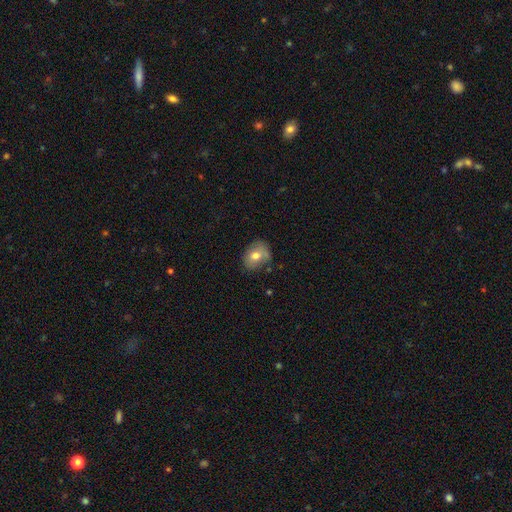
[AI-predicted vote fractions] Q: Smooth or featured?
A: smooth (68%); runner-up: featured or disk (23%)
Q: How rounded?
A: in between (56%); runner-up: round (43%)
Q: Merging?
A: none (65%); runner-up: minor disturbance (26%)